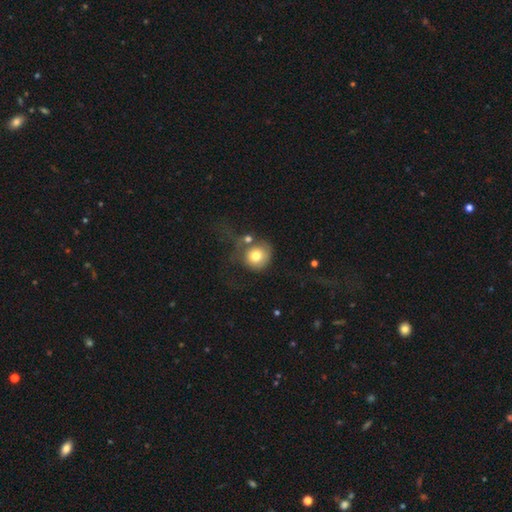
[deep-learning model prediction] Smooth or featured? Predicted: smooth (p=0.75). How rounded? Predicted: round (p=0.88). Merging? Predicted: none (p=0.37).